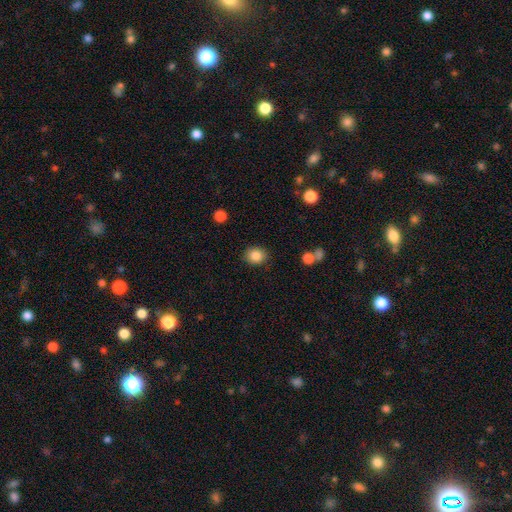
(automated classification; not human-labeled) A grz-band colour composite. It shows a smooth galaxy with no disk features (86%) that is round (75%). Merging: none (87%).